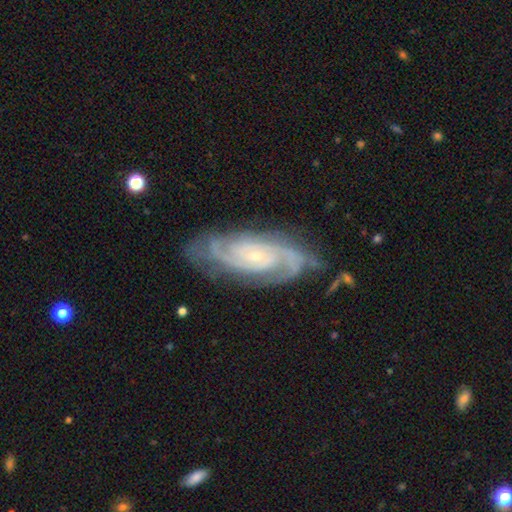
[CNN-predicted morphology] Smooth or featured?
  - featured or disk: 90% *
  - star or artifact: 5%
  - smooth: 4%
Edge-on disk?
  - no: 95% *
  - yes: 5%
Bar?
  - no: 68% *
  - weak: 23%
  - strong: 8%
Spiral arms?
  - yes: 98% *
  - no: 2%
Spiral winding?
  - tight: 66% *
  - medium: 29%
  - loose: 4%
Spiral arm count?
  - 2: 40% *
  - 3: 26%
  - can't tell: 13%
  - 4: 11%
  - more than 4: 5%
  - 1: 5%
Bulge size?
  - small: 79% *
  - moderate: 17%
  - none: 2%
  - large: 1%
  - dominant: 1%
Merging?
  - none: 76% *
  - minor disturbance: 17%
  - major disturbance: 5%
  - merger: 2%